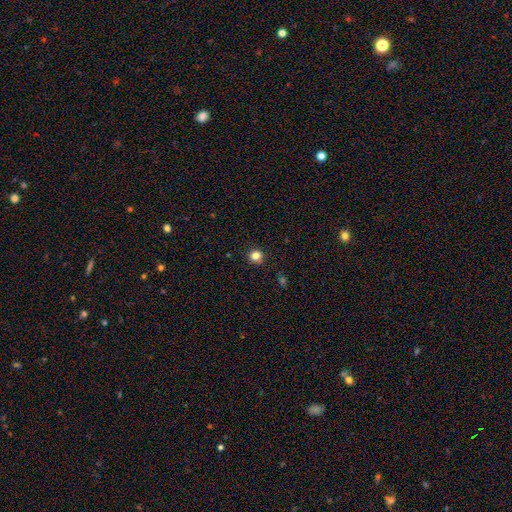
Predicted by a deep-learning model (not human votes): Smooth or featured: smooth — 82% (star or artifact — 13%)
How rounded: round — 90% (in between — 9%)
Merging: none — 91% (minor disturbance — 6%)